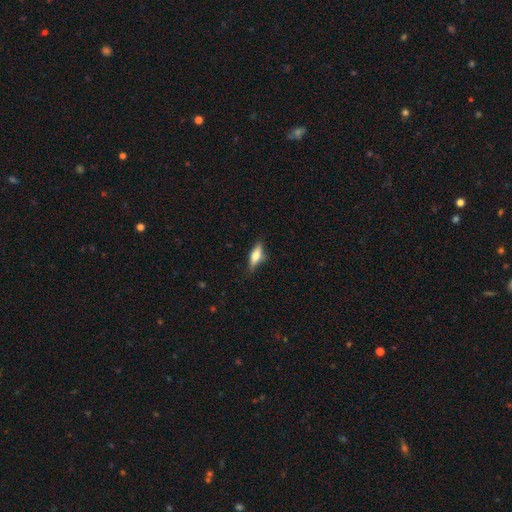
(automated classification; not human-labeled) smooth-or-featured: smooth: 57% | featured or disk: 36% | star or artifact: 7%
  how-rounded: in between: 55% | cigar-shaped: 42% | round: 3%
  merging: none: 79% | minor disturbance: 16% | major disturbance: 3% | merger: 2%